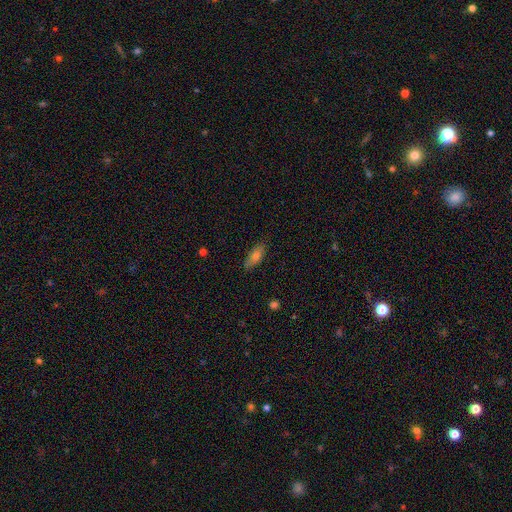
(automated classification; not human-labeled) smooth-or-featured: smooth: 71% | featured or disk: 20% | star or artifact: 9%
  how-rounded: in between: 75% | cigar-shaped: 21% | round: 3%
  merging: none: 78% | minor disturbance: 18% | major disturbance: 3% | merger: 1%